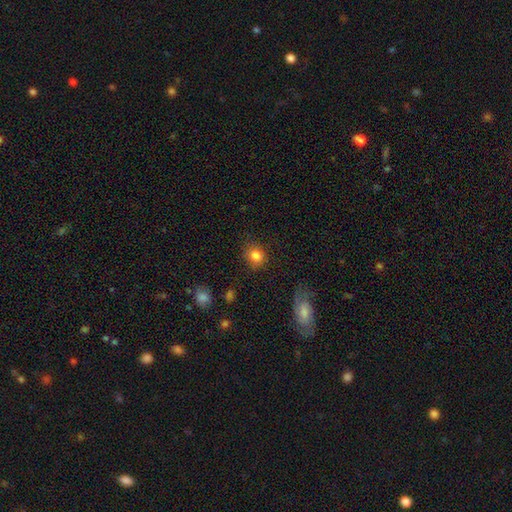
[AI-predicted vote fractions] smooth 84%, star or artifact 10%, featured or disk 6%. Down the decision tree: how rounded — round (76%); merging — none (81%).